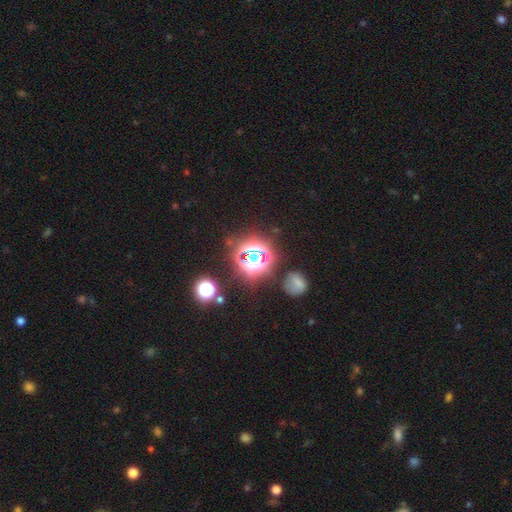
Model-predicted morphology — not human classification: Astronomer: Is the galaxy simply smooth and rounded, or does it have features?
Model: star or artifact — 67%.